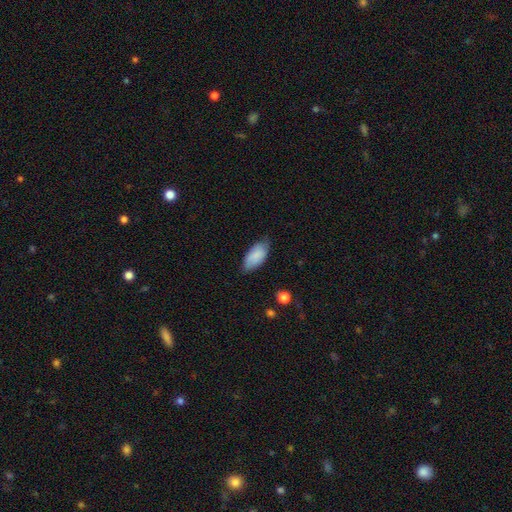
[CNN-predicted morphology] The model was most divided on "merging": none: 73%, minor disturbance: 22%, major disturbance: 4%, merger: 1%. More confident: how rounded — in between (92%); smooth or featured — smooth (83%).